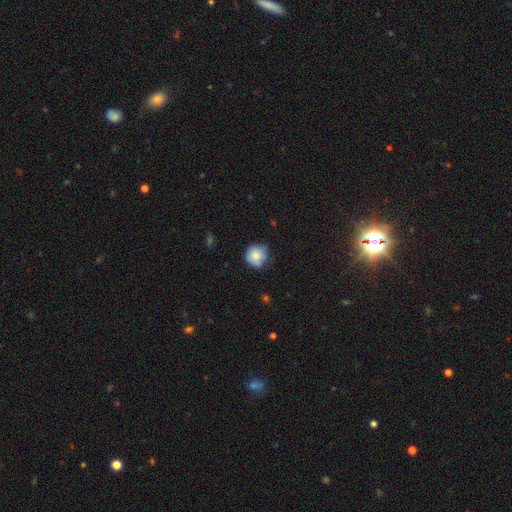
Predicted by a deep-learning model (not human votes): Overall: smooth (77%). How rounded: round (90%). Merging: none (69%).